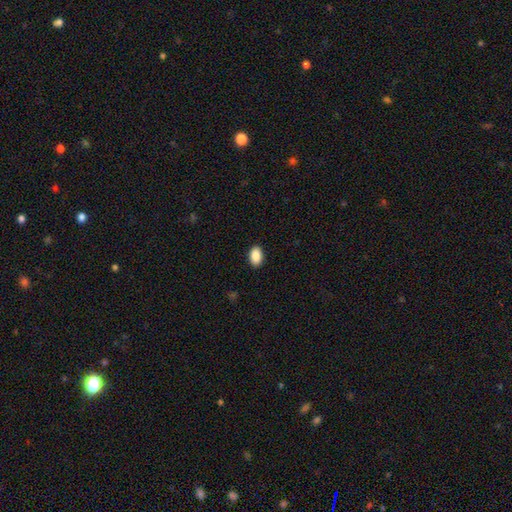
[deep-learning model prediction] This is clearly a smooth galaxy (89%). How rounded: clearly in between (91%). Merging: clearly none (90%).